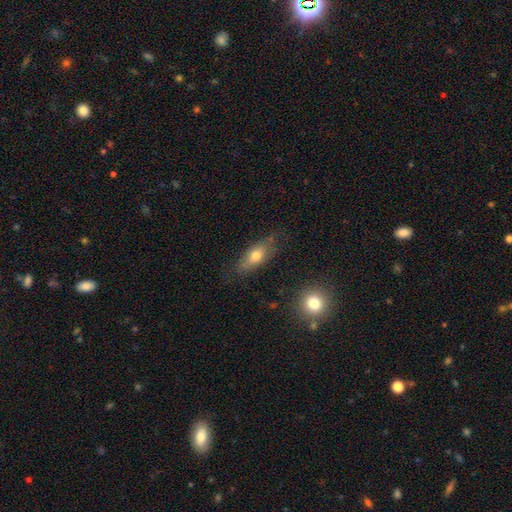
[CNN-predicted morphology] Q: Smooth or featured?
A: smooth (67%); runner-up: featured or disk (25%)
Q: How rounded?
A: in between (71%); runner-up: cigar-shaped (25%)
Q: Merging?
A: none (73%); runner-up: minor disturbance (19%)